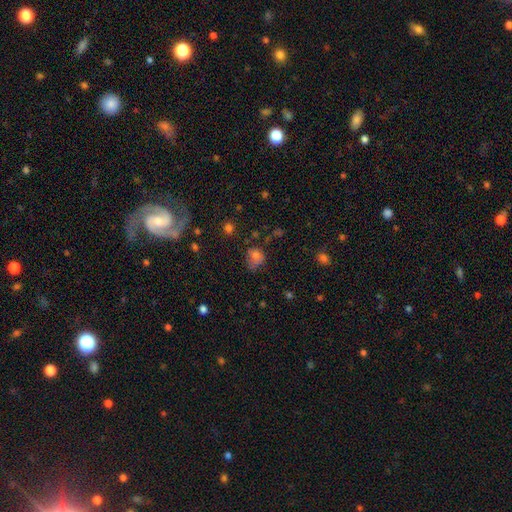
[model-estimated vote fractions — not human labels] A smooth galaxy with no disk features (71%) that is round (63%).

Vote fractions:
- Smooth or featured? smooth: 71% / featured or disk: 15% / star or artifact: 15%
- How rounded? round: 63% / in between: 36% / cigar-shaped: 1%
- Merging? none: 45% / minor disturbance: 31% / major disturbance: 18% / merger: 6%